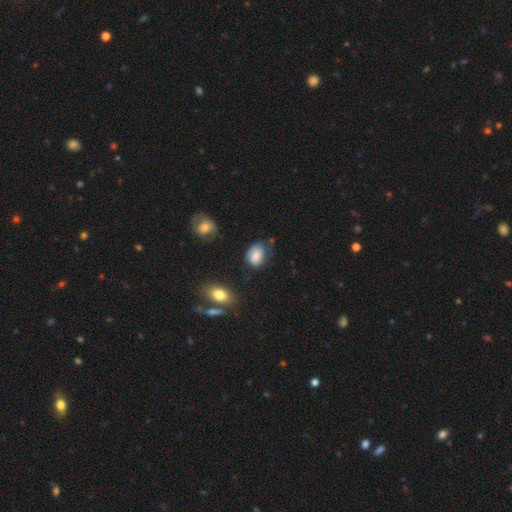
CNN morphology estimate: The model was most divided on "merging": none: 52%, minor disturbance: 32%, major disturbance: 12%, merger: 4%. More confident: smooth or featured — smooth (77%); how rounded — in between (74%).